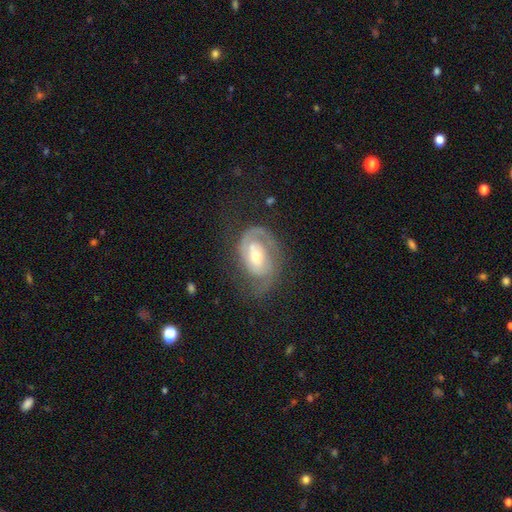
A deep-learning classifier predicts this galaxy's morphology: Overall: featured or disk (82%). Edge-on disk: no (97%). Bar: no (53%; weak 36%). Spiral arms: yes (92%). Spiral arm count: 2 (47%; 1 33%). Spiral winding: tight (50%; medium 37%). Bulge size: moderate (55%; small 39%). Merging: none (59%; minor disturbance 21%).